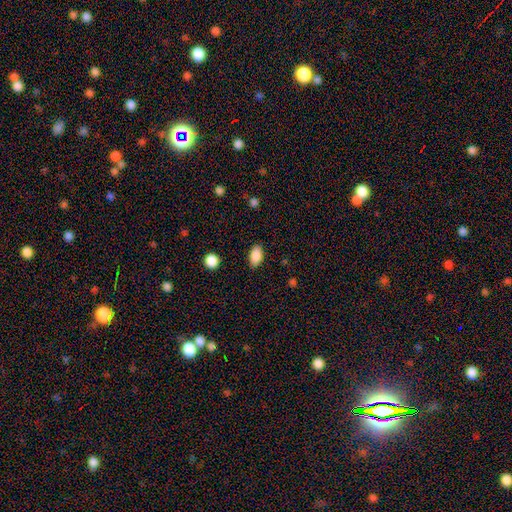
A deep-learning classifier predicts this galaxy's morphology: Smooth or featured? Predicted: smooth (p=0.88). How rounded? Predicted: in between (p=0.91). Merging? Predicted: none (p=0.86).